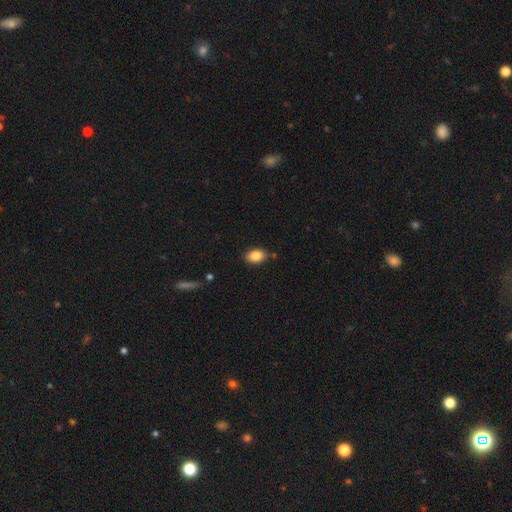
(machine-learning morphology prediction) smooth_or_featured: smooth (p=0.86) [alt: star or artifact p=0.08]
how_rounded: in between (p=0.81) [alt: round p=0.18]
merging: none (p=0.84) [alt: minor disturbance p=0.11]